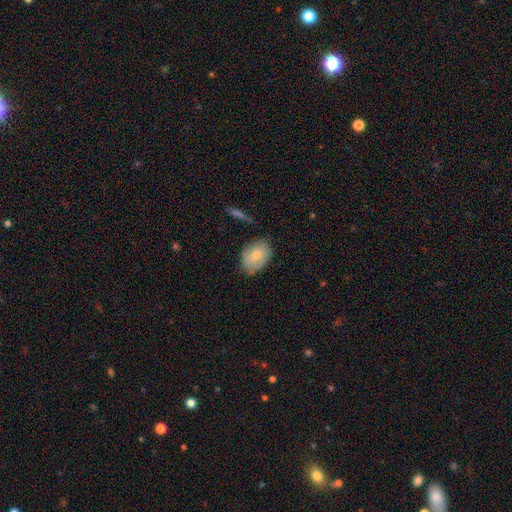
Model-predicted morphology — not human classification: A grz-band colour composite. It shows a smooth galaxy with no disk features (74%) that is in between round and cigar-shaped (81%). Merging: none (71%).